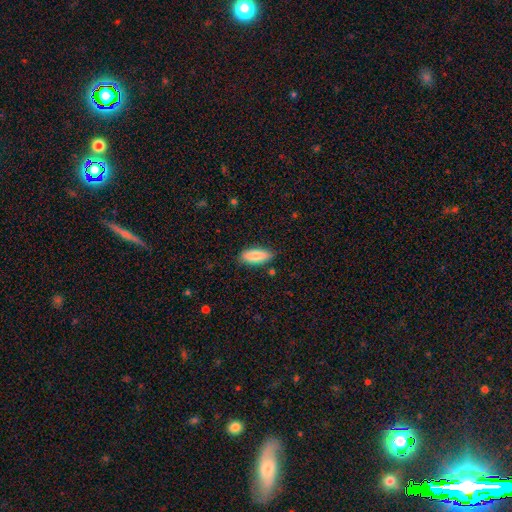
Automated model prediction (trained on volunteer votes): smooth_or_featured: smooth (p=0.85) [alt: featured or disk p=0.09]
how_rounded: in between (p=0.74) [alt: cigar-shaped p=0.24]
merging: none (p=0.83) [alt: minor disturbance p=0.13]